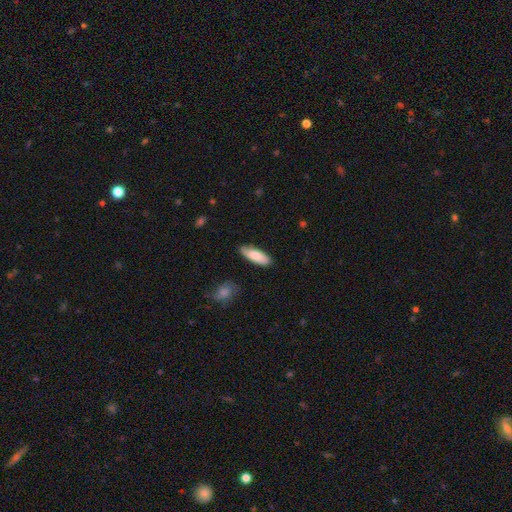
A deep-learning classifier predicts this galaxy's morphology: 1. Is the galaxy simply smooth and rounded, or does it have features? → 77% smooth, 17% featured or disk, 6% star or artifact.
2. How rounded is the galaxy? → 70% in between, 28% cigar-shaped, 2% round.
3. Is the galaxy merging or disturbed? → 79% none, 17% minor disturbance, 3% major disturbance, 2% merger.